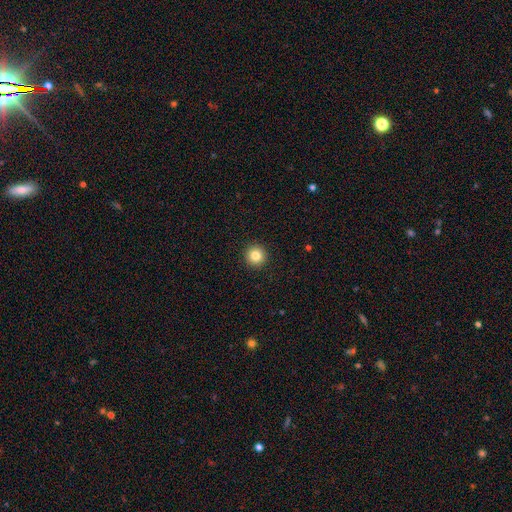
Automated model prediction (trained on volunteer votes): The model was most divided on "smooth or featured": smooth: 83%, star or artifact: 11%, featured or disk: 7%. More confident: how rounded — round (95%); merging — none (93%).